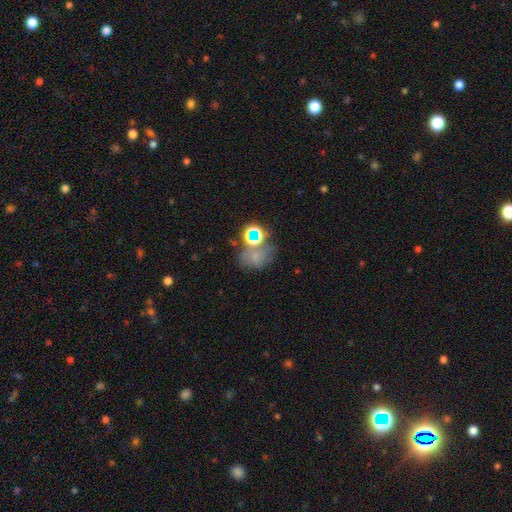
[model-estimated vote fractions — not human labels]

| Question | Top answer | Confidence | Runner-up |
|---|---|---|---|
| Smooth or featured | smooth | 43% | star or artifact (36%) |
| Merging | none | 41% | merger (25%) |